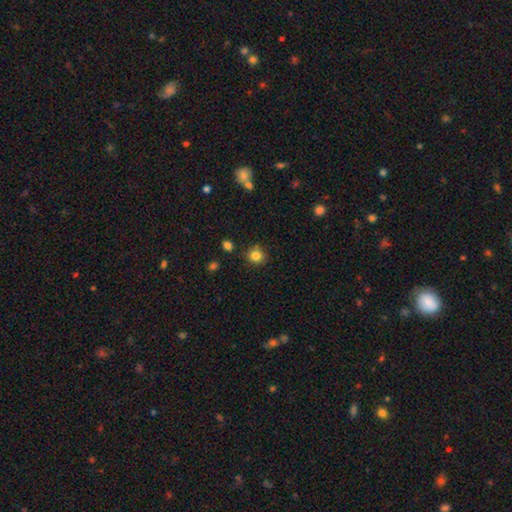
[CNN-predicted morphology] Smooth or featured?
  - smooth: 83% *
  - star or artifact: 12%
  - featured or disk: 6%
How rounded?
  - round: 86% *
  - in between: 14%
  - cigar-shaped: 1%
Merging?
  - none: 82% *
  - minor disturbance: 12%
  - merger: 4%
  - major disturbance: 3%